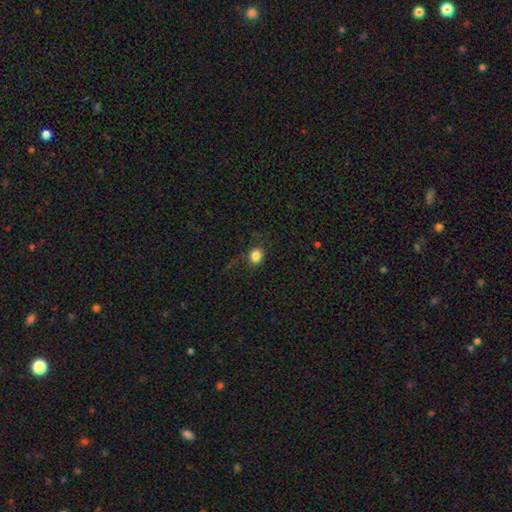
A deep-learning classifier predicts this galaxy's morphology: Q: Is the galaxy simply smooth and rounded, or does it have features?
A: smooth — 82%.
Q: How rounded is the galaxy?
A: round — 78%.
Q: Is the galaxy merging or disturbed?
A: none — 84%.